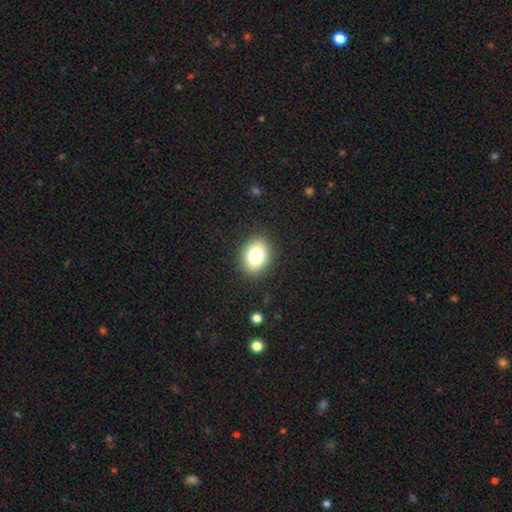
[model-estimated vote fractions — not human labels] Smooth or featured?
  - smooth: 80% *
  - featured or disk: 10%
  - star or artifact: 10%
How rounded?
  - in between: 66% *
  - round: 33%
  - cigar-shaped: 1%
Merging?
  - none: 88% *
  - minor disturbance: 8%
  - major disturbance: 3%
  - merger: 1%